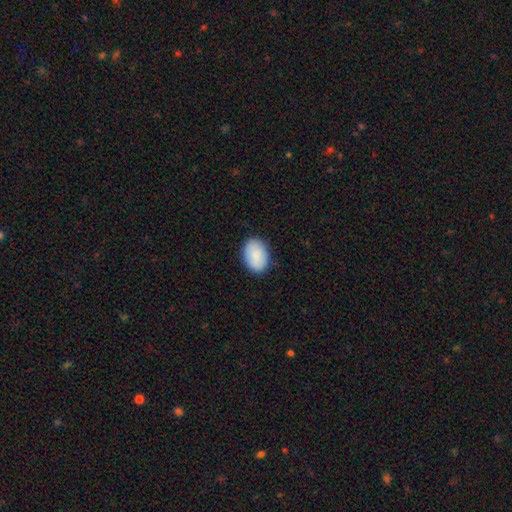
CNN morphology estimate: Q: Smooth or featured?
A: smooth (87%); runner-up: featured or disk (7%)
Q: How rounded?
A: in between (80%); runner-up: round (19%)
Q: Merging?
A: none (87%); runner-up: minor disturbance (10%)